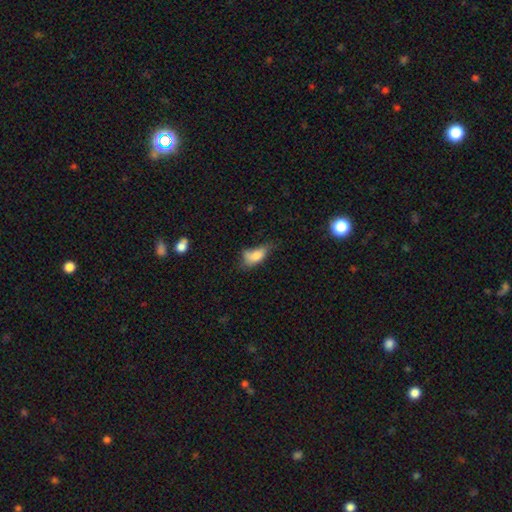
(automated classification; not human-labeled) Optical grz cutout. It shows a smooth galaxy with no disk features (75%) that is in between round and cigar-shaped (86%). Merging: minor disturbance (34%).